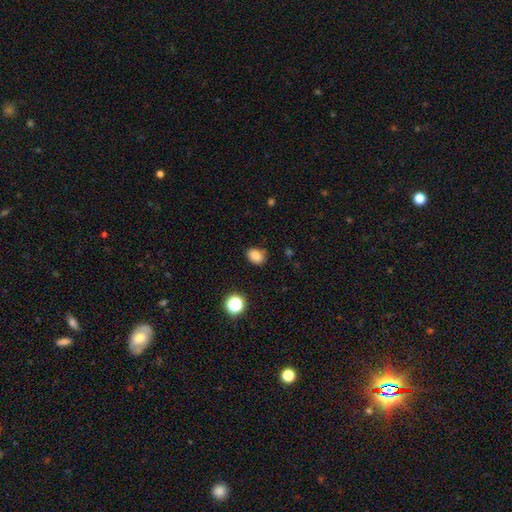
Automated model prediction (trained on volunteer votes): smooth-or-featured: smooth: 84% | star or artifact: 11% | featured or disk: 5%
  how-rounded: in between: 69% | round: 30% | cigar-shaped: 1%
  merging: none: 85% | minor disturbance: 11% | major disturbance: 3% | merger: 2%